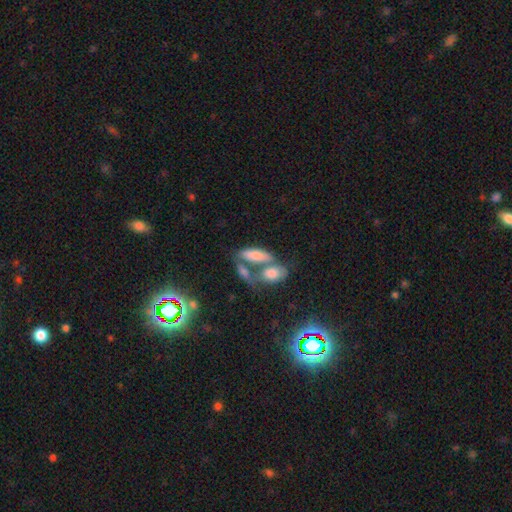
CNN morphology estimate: Overall: smooth (67%). How rounded: in between (68%; cigar-shaped 28%). Merging: merger (49%; none 33%).